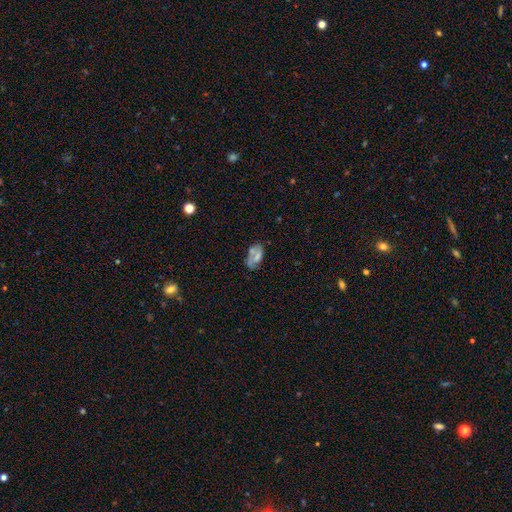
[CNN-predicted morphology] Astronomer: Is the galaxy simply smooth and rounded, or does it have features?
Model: smooth — 54% (runner-up: featured or disk, 36%).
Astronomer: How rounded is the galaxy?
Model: in between — 91%.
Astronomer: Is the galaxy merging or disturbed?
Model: none — 48% (runner-up: minor disturbance, 25%).